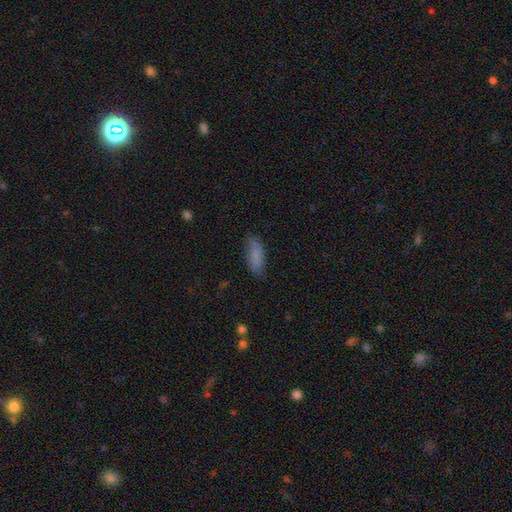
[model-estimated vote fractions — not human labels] smooth_or_featured: smooth (p=0.83) [alt: featured or disk p=0.09]
how_rounded: in between (p=0.70) [alt: cigar-shaped p=0.28]
merging: none (p=0.79) [alt: minor disturbance p=0.16]